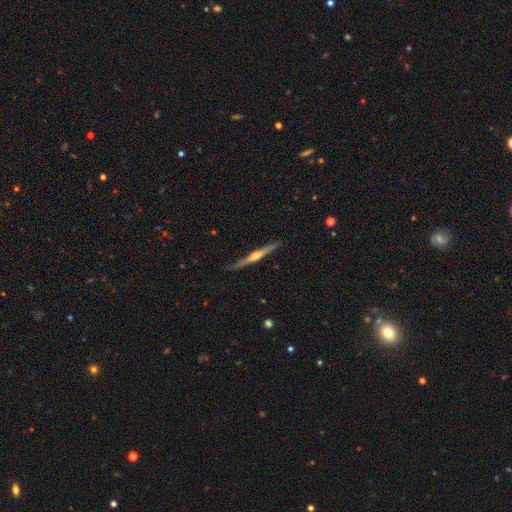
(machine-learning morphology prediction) smooth_or_featured: featured or disk (p=0.75) [alt: smooth p=0.19]
disk_edge_on: yes (p=0.98) [alt: no p=0.02]
edge_on_bulge: rounded (p=0.88) [alt: none p=0.08]
merging: none (p=0.87) [alt: minor disturbance p=0.10]